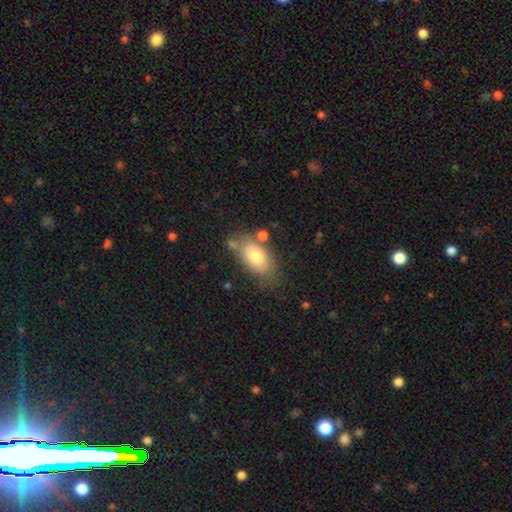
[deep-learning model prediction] Smooth or featured: smooth — 75% (featured or disk — 17%)
How rounded: in between — 90% (round — 6%)
Merging: none — 64% (minor disturbance — 19%)